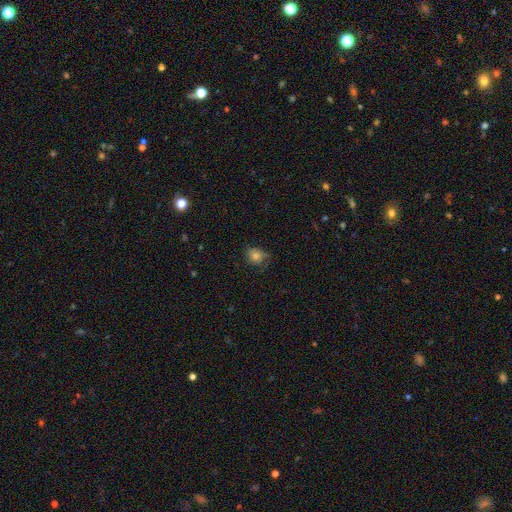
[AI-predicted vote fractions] smooth_or_featured: smooth (p=0.68) [alt: featured or disk p=0.20]
how_rounded: round (p=0.54) [alt: in between p=0.45]
merging: none (p=0.55) [alt: minor disturbance p=0.28]